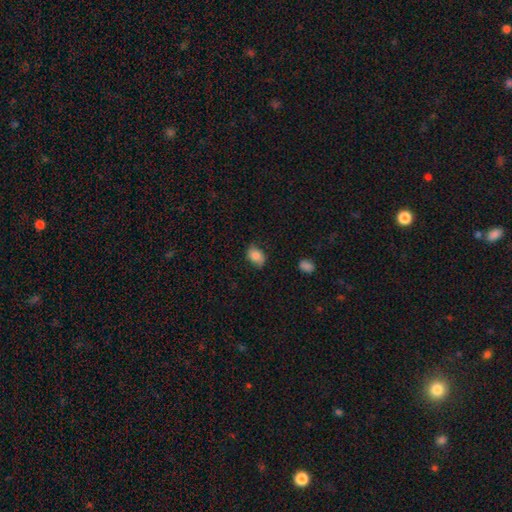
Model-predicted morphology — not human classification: This is clearly a smooth galaxy (81%). How rounded: likely in between (79%). Merging: likely none (73%).